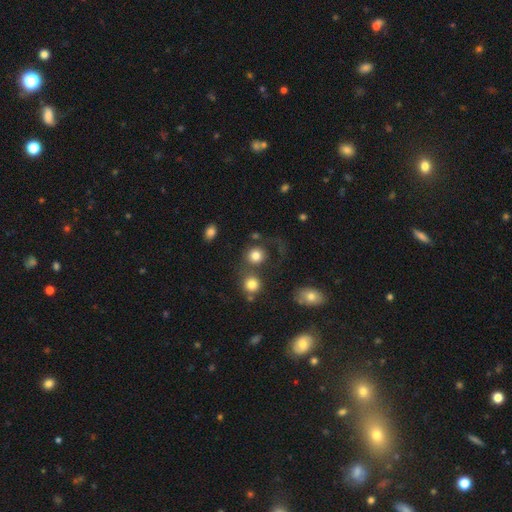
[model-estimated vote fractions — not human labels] The model was most divided on "merging": none: 54%, merger: 21%, major disturbance: 13%, minor disturbance: 12%. More confident: how rounded — round (84%); smooth or featured — smooth (79%).